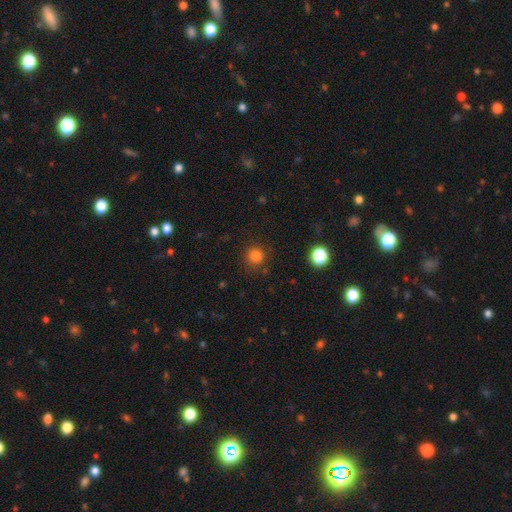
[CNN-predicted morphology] Smooth or featured: smooth — 82% (star or artifact — 14%)
How rounded: round — 91% (in between — 8%)
Merging: none — 85% (minor disturbance — 9%)